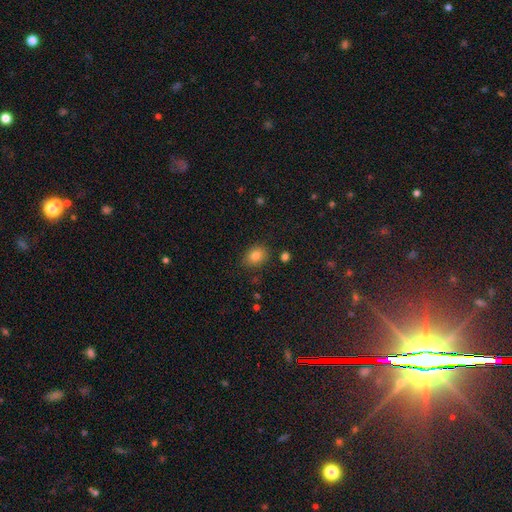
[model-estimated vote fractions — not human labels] smooth-or-featured: smooth: 82% | star or artifact: 10% | featured or disk: 8%
  how-rounded: in between: 55% | round: 44% | cigar-shaped: 1%
  merging: none: 84% | minor disturbance: 11% | major disturbance: 3% | merger: 2%